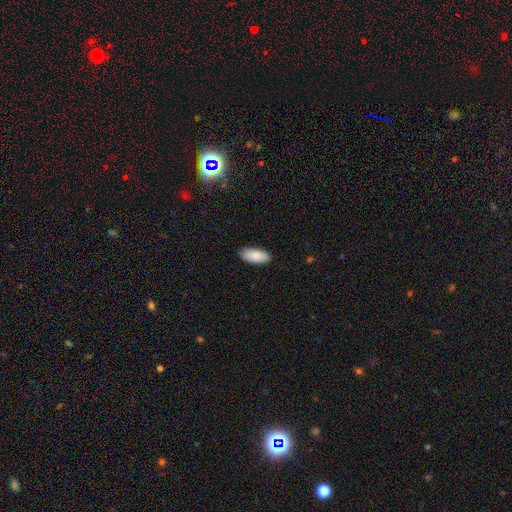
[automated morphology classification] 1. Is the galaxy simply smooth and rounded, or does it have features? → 88% smooth, 6% featured or disk, 6% star or artifact.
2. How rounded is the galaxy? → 89% in between, 9% cigar-shaped, 2% round.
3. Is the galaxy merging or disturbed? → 87% none, 10% minor disturbance, 2% major disturbance, 1% merger.